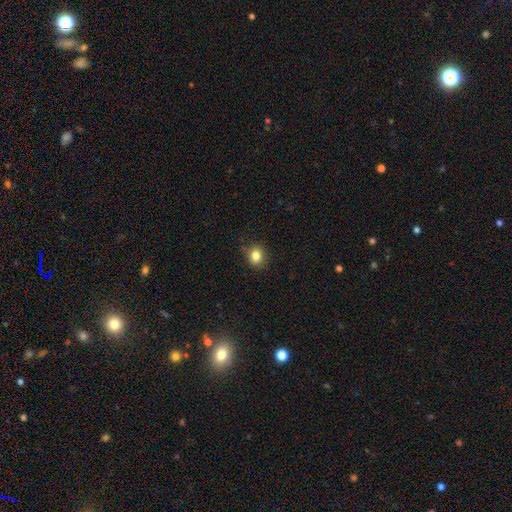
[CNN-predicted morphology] smooth_or_featured: smooth (p=0.82) [alt: star or artifact p=0.11]
how_rounded: round (p=0.73) [alt: in between p=0.26]
merging: none (p=0.87) [alt: minor disturbance p=0.10]